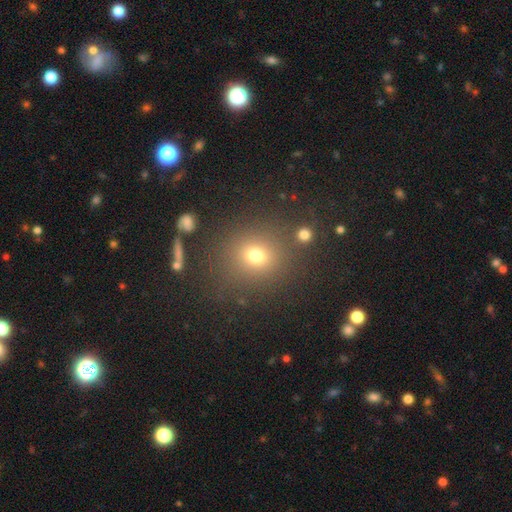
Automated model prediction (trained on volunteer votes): This is likely a smooth galaxy (71%). How rounded: likely round (76%). Merging: likely none (79%).